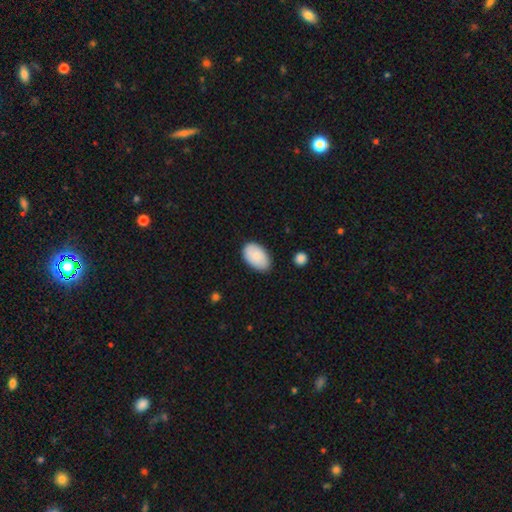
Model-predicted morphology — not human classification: smooth-or-featured: smooth: 83% | featured or disk: 11% | star or artifact: 6%
  how-rounded: in between: 93% | round: 6% | cigar-shaped: 1%
  merging: none: 79% | minor disturbance: 17% | major disturbance: 3% | merger: 2%